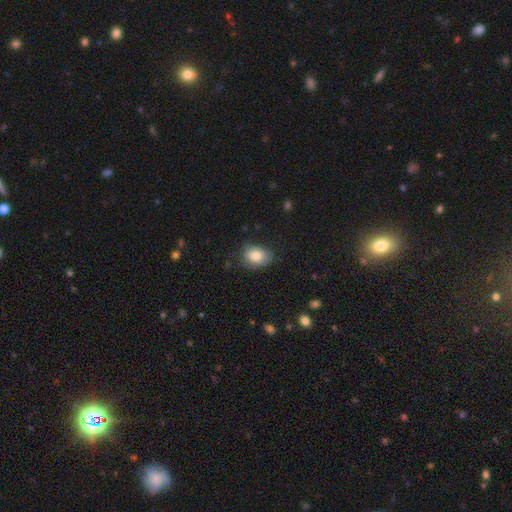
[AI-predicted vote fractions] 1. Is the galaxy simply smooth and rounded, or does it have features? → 84% smooth, 9% featured or disk, 8% star or artifact.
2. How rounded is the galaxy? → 70% in between, 29% round, 1% cigar-shaped.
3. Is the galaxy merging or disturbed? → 70% none, 22% minor disturbance, 6% major disturbance, 1% merger.